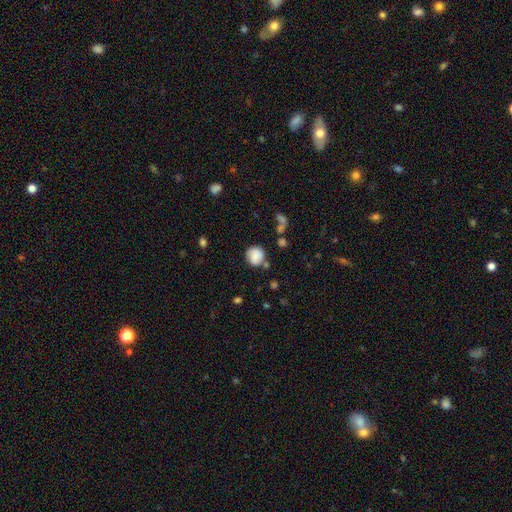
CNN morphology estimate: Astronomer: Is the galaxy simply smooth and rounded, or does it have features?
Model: smooth — 76%.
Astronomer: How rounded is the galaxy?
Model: round — 85%.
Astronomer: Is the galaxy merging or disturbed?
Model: none — 67%.